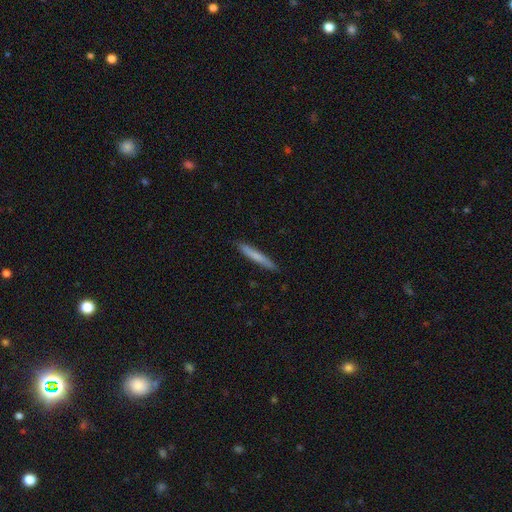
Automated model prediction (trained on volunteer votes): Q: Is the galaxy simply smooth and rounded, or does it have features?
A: smooth — 70%.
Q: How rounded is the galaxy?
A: cigar-shaped — 96%.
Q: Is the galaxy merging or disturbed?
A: none — 90%.